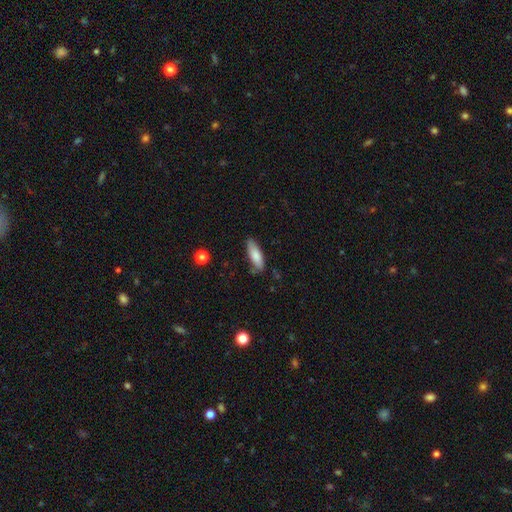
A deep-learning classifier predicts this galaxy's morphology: Smooth or featured? smooth (81%)
How rounded? in between (56%)
Merging? none (76%)